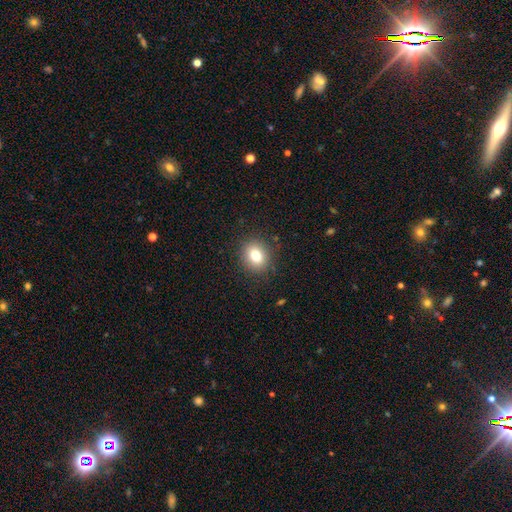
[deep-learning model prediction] The model was most divided on "how rounded": round: 63%, in between: 36%, cigar-shaped: 1%. More confident: merging — none (88%); smooth or featured — smooth (79%).